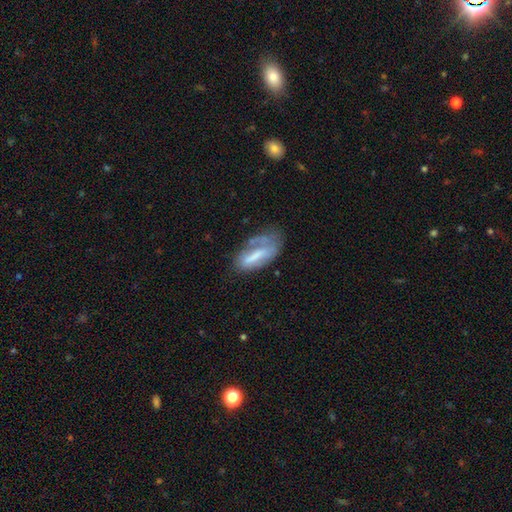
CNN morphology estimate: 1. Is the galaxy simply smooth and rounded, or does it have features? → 49% smooth, 43% featured or disk, 9% star or artifact.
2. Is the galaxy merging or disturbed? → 37% none, 29% minor disturbance, 28% major disturbance, 6% merger.